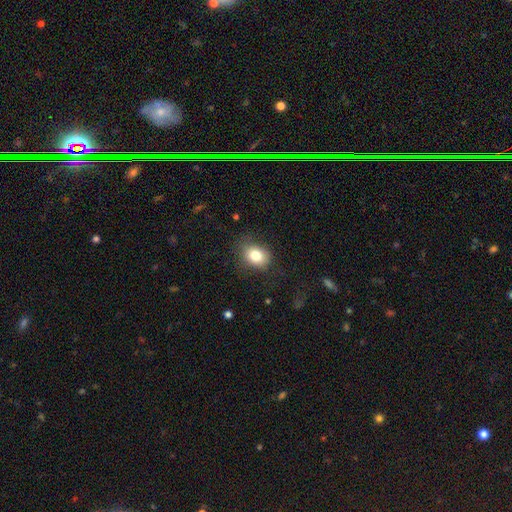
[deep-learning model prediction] A smooth galaxy with no disk features (81%) that is in between round and cigar-shaped (53%).

Vote fractions:
- Smooth or featured? smooth: 81% / star or artifact: 10% / featured or disk: 9%
- How rounded? in between: 53% / round: 46% / cigar-shaped: 1%
- Merging? none: 77% / minor disturbance: 16% / major disturbance: 6% / merger: 1%